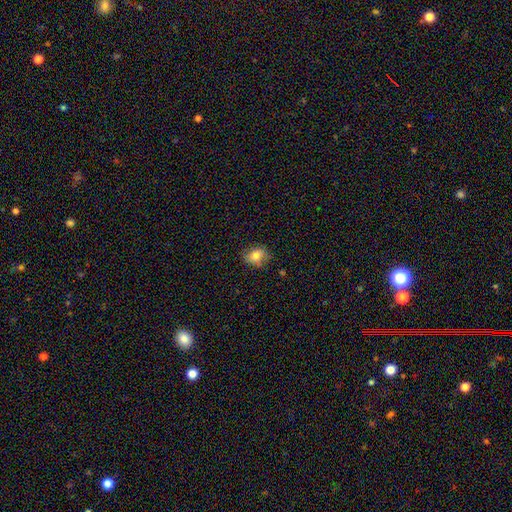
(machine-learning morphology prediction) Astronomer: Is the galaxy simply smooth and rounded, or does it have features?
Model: smooth — 76%.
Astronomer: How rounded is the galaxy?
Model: in between — 56% (runner-up: round, 42%).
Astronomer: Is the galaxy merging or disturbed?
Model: none — 75%.